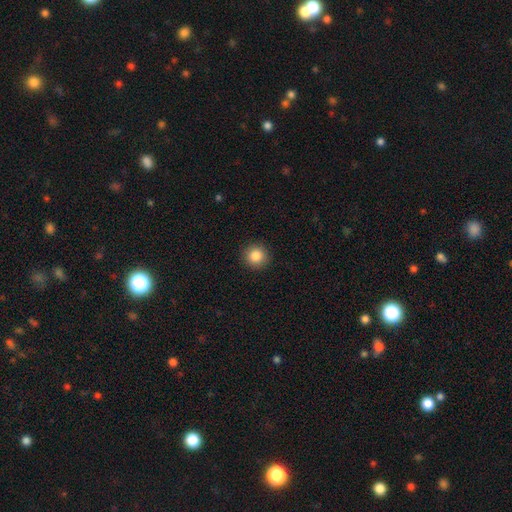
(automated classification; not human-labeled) smooth_or_featured: smooth (p=0.86) [alt: star or artifact p=0.10]
how_rounded: round (p=0.94) [alt: in between p=0.05]
merging: none (p=0.92) [alt: minor disturbance p=0.05]